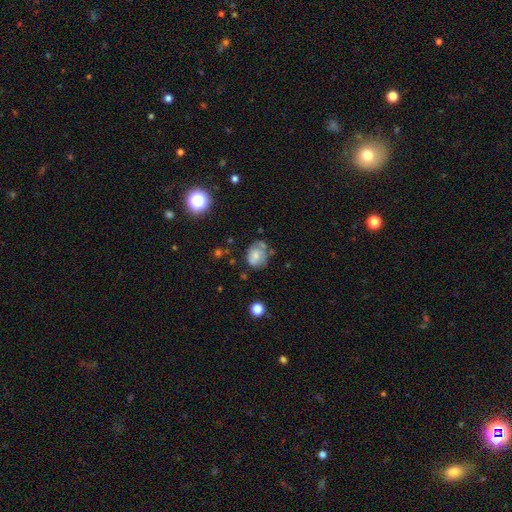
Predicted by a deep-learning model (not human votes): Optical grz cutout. It shows a smooth galaxy with no disk features (58%) that is round (50%). Merging: none (46%).